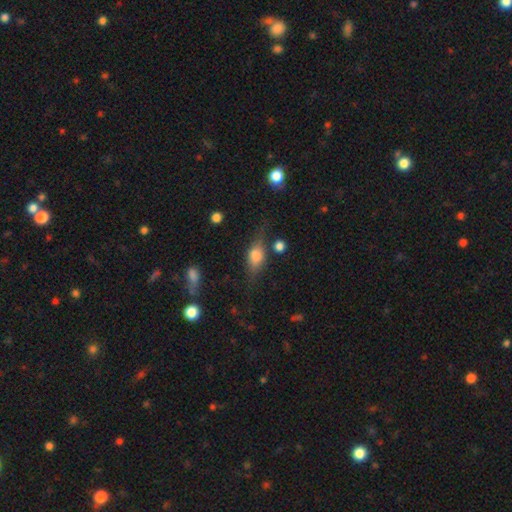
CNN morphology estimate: Smooth or featured? Predicted: smooth (p=0.55). How rounded? Predicted: in between (p=0.70). Merging? Predicted: none (p=0.63).